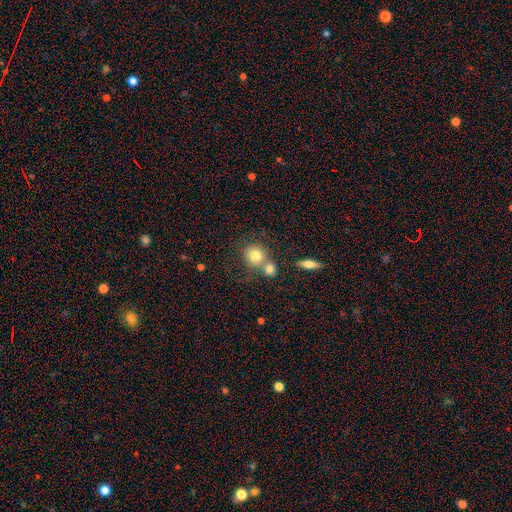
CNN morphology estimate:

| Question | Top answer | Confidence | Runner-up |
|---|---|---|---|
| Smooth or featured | smooth | 78% | featured or disk (12%) |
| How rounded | round | 85% | in between (14%) |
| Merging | none | 48% | merger (40%) |